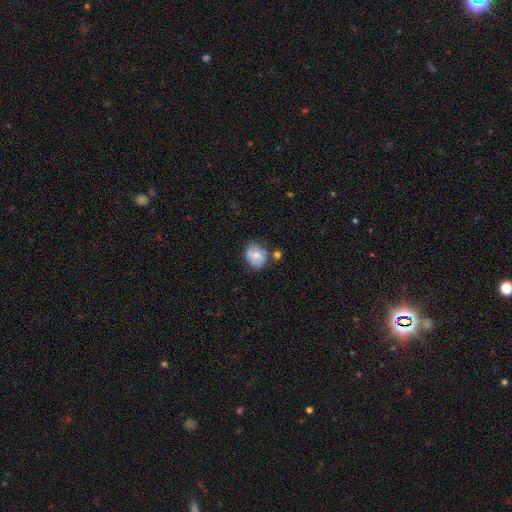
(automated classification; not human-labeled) The model was most divided on "how rounded": round: 51%, in between: 48%, cigar-shaped: 1%. More confident: smooth or featured — smooth (64%); merging — none (55%).